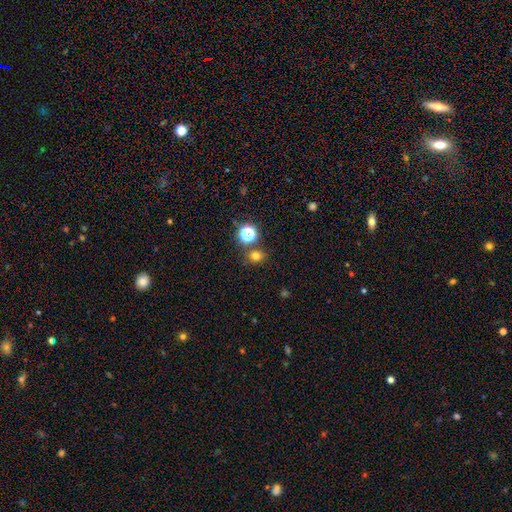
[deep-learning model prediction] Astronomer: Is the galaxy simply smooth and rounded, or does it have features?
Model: smooth — 72%.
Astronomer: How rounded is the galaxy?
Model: round — 73%.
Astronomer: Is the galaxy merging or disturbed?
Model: none — 79%.